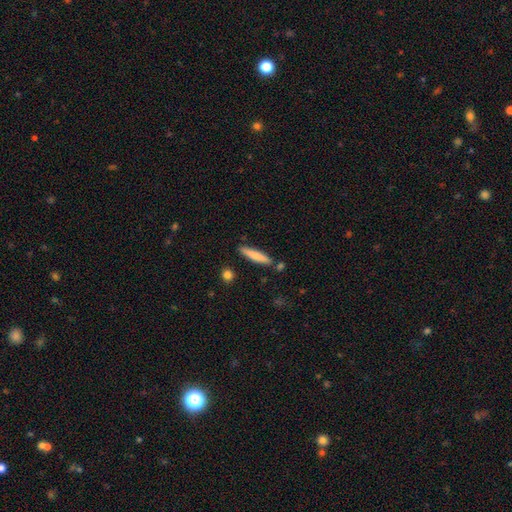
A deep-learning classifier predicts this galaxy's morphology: type=smooth (76%); roundness=cigar-shaped (89%); merging=none (84%).